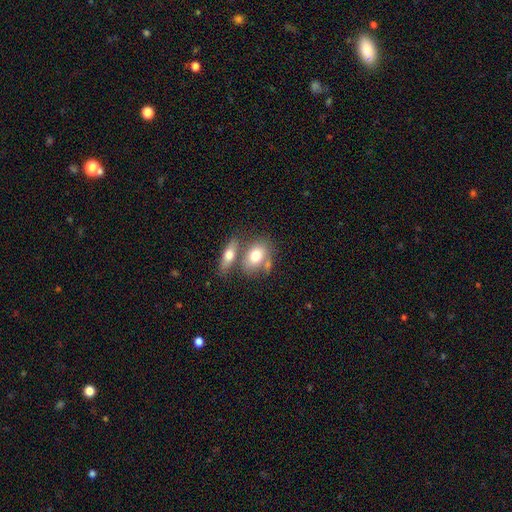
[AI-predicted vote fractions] smooth 74%, featured or disk 19%, star or artifact 6%. Down the decision tree: how rounded — in between (77%); merging — none (42%, tied with merger).